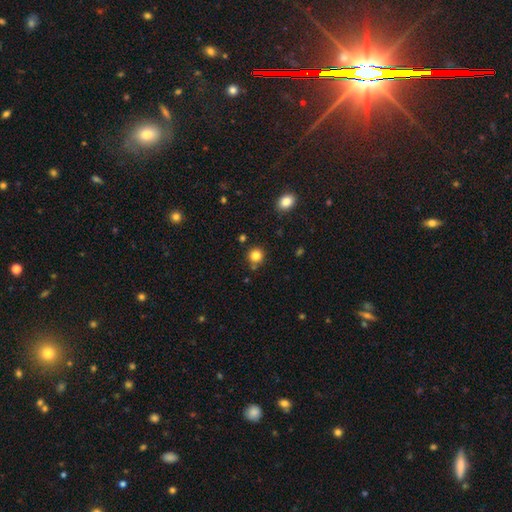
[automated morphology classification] smooth_or_featured: smooth (p=0.83) [alt: star or artifact p=0.12]
how_rounded: round (p=0.92) [alt: in between p=0.07]
merging: none (p=0.84) [alt: minor disturbance p=0.08]